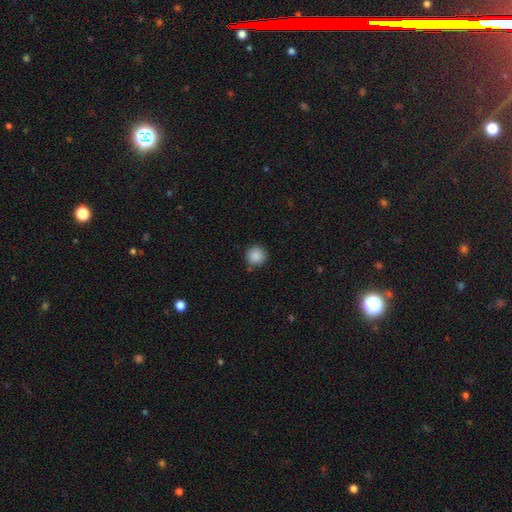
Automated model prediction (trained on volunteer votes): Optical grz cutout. It shows a smooth galaxy with no disk features (89%) that is round (95%). Merging: none (88%).